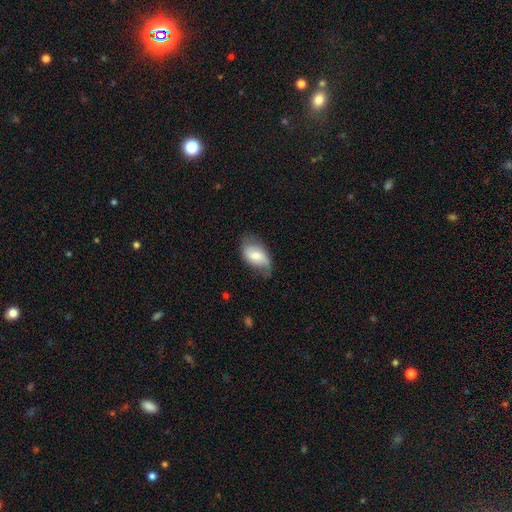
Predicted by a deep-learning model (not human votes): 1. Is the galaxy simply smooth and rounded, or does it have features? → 50% smooth, 43% featured or disk, 7% star or artifact.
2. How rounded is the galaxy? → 91% in between, 7% round, 2% cigar-shaped.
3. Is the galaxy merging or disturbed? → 52% none, 34% minor disturbance, 12% major disturbance, 2% merger.